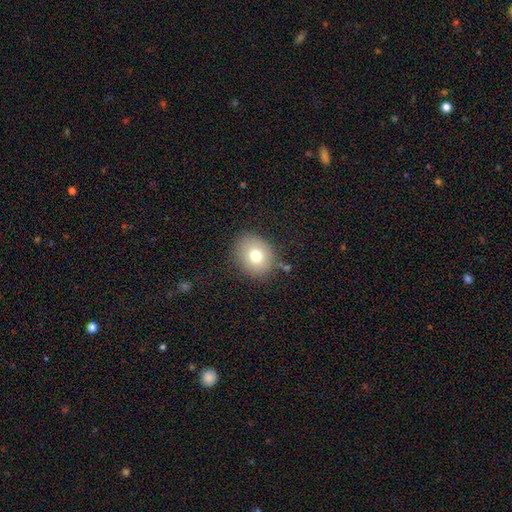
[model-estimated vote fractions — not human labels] smooth_or_featured: smooth (p=0.75) [alt: featured or disk p=0.14]
how_rounded: round (p=0.67) [alt: in between p=0.32]
merging: none (p=0.82) [alt: minor disturbance p=0.11]